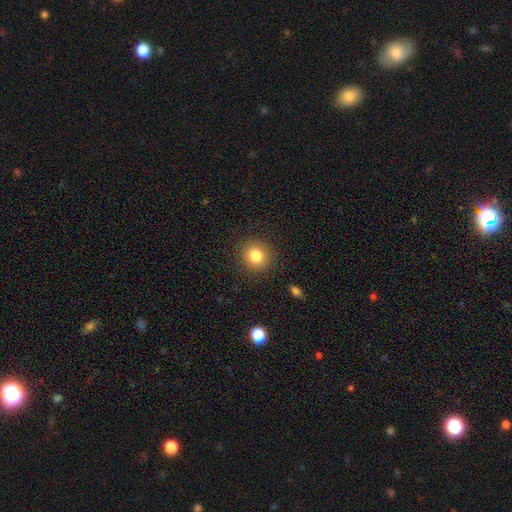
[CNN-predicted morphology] Smooth or featured? smooth (82%)
How rounded? round (90%)
Merging? none (90%)